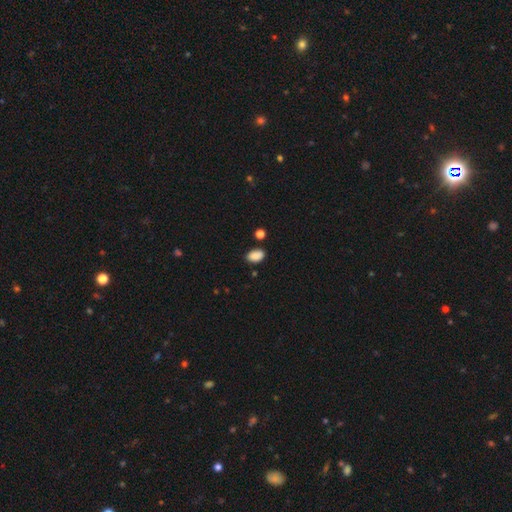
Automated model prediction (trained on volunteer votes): Overall: smooth (88%). How rounded: in between (89%). Merging: none (80%).